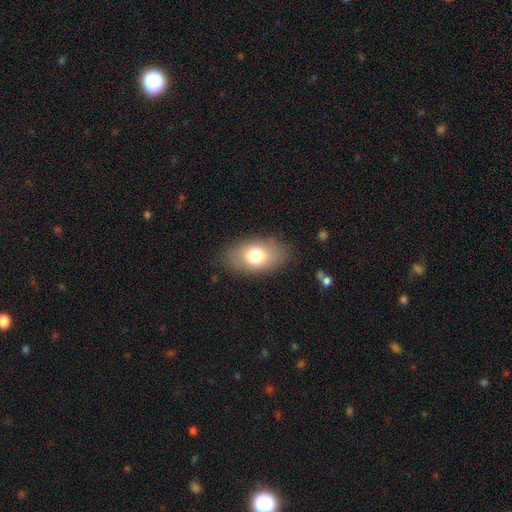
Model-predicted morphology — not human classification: Smooth or featured? Predicted: smooth (p=0.76). How rounded? Predicted: in between (p=0.90). Merging? Predicted: none (p=0.83).